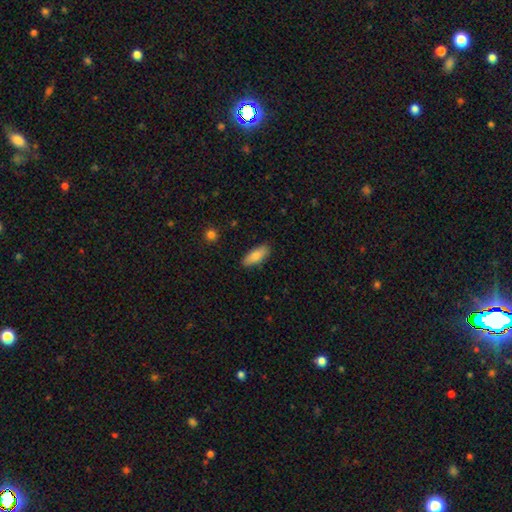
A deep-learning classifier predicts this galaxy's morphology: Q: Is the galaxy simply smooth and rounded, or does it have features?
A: smooth — 84%.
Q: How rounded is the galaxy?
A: in between — 78%.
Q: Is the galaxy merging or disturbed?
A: none — 86%.